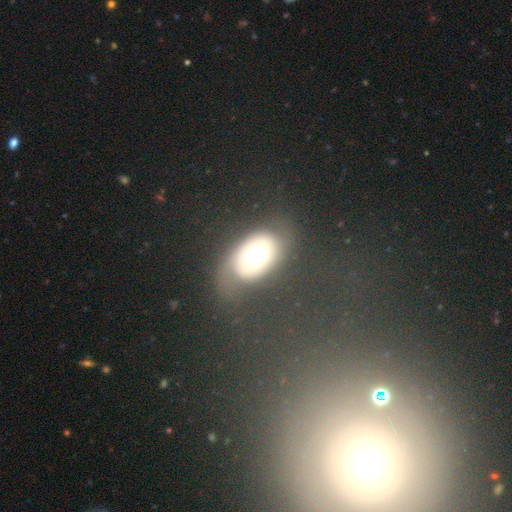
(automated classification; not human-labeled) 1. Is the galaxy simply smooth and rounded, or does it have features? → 52% smooth, 37% featured or disk, 11% star or artifact.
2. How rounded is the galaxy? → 81% in between, 18% round, 2% cigar-shaped.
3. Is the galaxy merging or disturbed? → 56% none, 23% major disturbance, 18% minor disturbance, 3% merger.